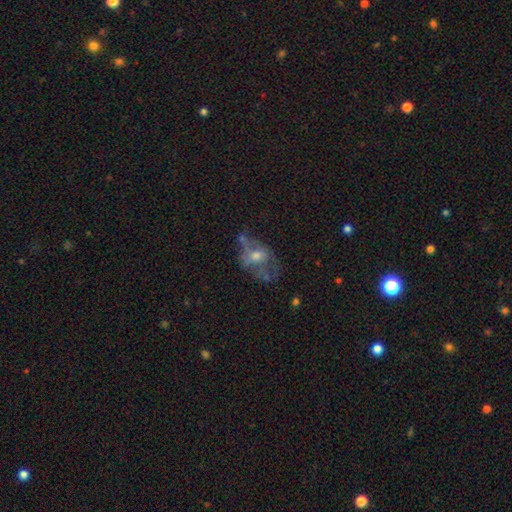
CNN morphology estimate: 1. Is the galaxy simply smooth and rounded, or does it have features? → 55% featured or disk, 30% smooth, 14% star or artifact.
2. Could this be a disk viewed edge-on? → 94% no, 6% yes.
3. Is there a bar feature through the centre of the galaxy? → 69% no, 25% weak, 6% strong.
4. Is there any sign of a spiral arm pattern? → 71% no, 29% yes.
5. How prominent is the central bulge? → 57% moderate, 31% small, 6% large, 5% none, 1% dominant.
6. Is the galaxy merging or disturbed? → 39% none, 28% major disturbance, 23% minor disturbance, 10% merger.